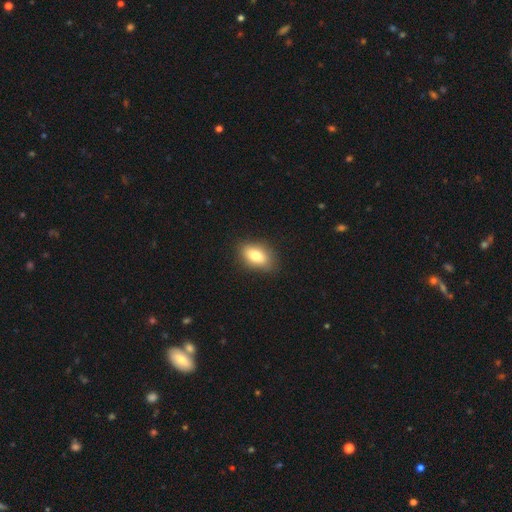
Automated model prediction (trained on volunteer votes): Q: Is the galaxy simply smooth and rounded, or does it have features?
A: smooth — 80%.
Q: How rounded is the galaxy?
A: in between — 89%.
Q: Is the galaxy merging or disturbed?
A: none — 84%.